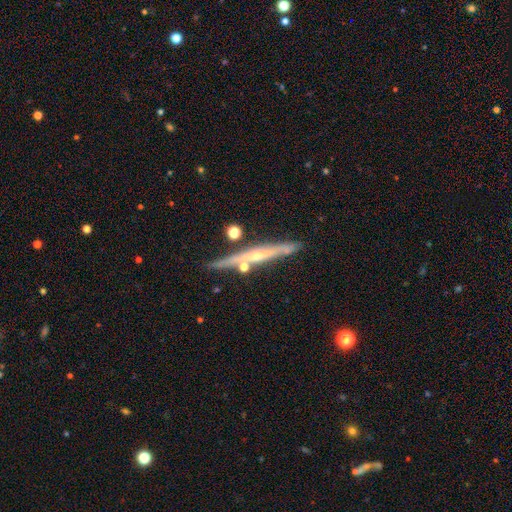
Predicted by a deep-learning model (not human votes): smooth_or_featured: featured or disk (p=0.72) [alt: smooth p=0.21]
disk_edge_on: yes (p=0.96) [alt: no p=0.04]
edge_on_bulge: rounded (p=0.57) [alt: none p=0.36]
merging: none (p=0.79) [alt: minor disturbance p=0.11]